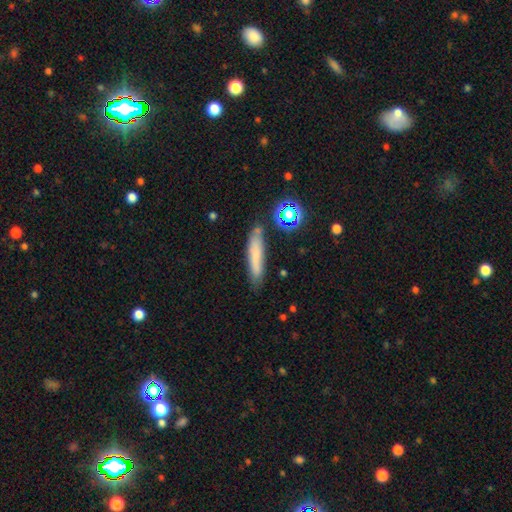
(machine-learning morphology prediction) Smooth or featured? smooth (70%)
How rounded? cigar-shaped (85%)
Merging? none (74%)